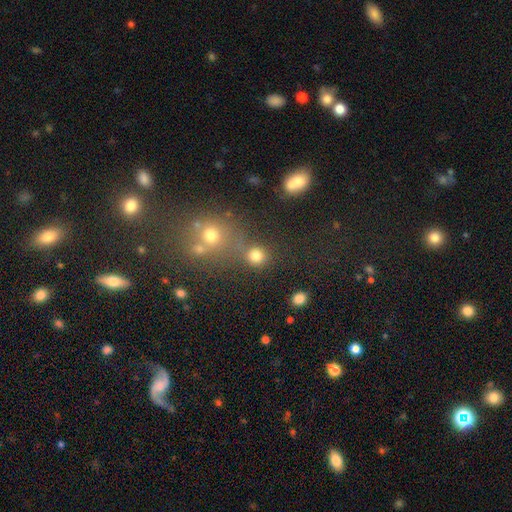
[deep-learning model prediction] smooth_or_featured: smooth (p=0.79) [alt: star or artifact p=0.15]
how_rounded: round (p=0.89) [alt: in between p=0.10]
merging: none (p=0.68) [alt: merger p=0.19]